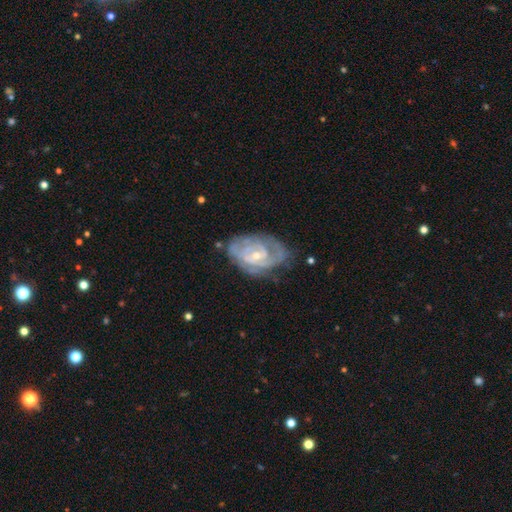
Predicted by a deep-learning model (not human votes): Smooth or featured?
  - featured or disk: 84% *
  - smooth: 11%
  - star or artifact: 6%
Edge-on disk?
  - no: 97% *
  - yes: 3%
Bar?
  - no: 60% *
  - weak: 33%
  - strong: 7%
Spiral arms?
  - yes: 88% *
  - no: 12%
Spiral winding?
  - tight: 64% *
  - medium: 29%
  - loose: 7%
Spiral arm count?
  - can't tell: 39% *
  - 2: 34%
  - 3: 14%
  - 1: 6%
  - 4: 5%
  - more than 4: 4%
Bulge size?
  - small: 63% *
  - moderate: 33%
  - none: 1%
  - large: 1%
  - dominant: 1%
Merging?
  - none: 59% *
  - minor disturbance: 26%
  - major disturbance: 13%
  - merger: 2%